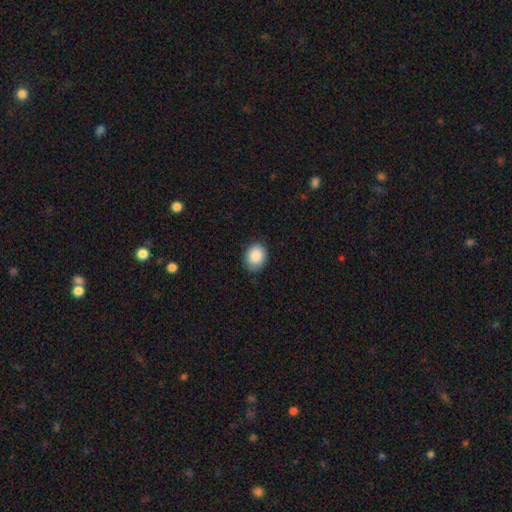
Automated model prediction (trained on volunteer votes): The model was most divided on "how rounded": in between: 51%, round: 48%, cigar-shaped: 1%. More confident: smooth or featured — smooth (88%); merging — none (81%).